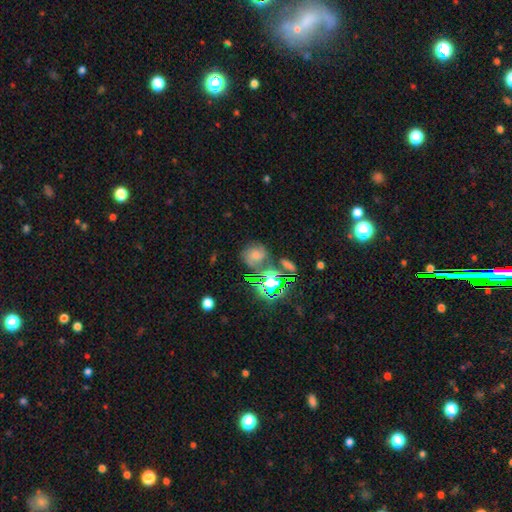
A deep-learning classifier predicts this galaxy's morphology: A smooth galaxy with no disk features (40%).

Vote fractions:
- Smooth or featured? smooth: 40% / featured or disk: 33% / star or artifact: 27%
- Merging? none: 60% / minor disturbance: 19% / merger: 12% / major disturbance: 9%